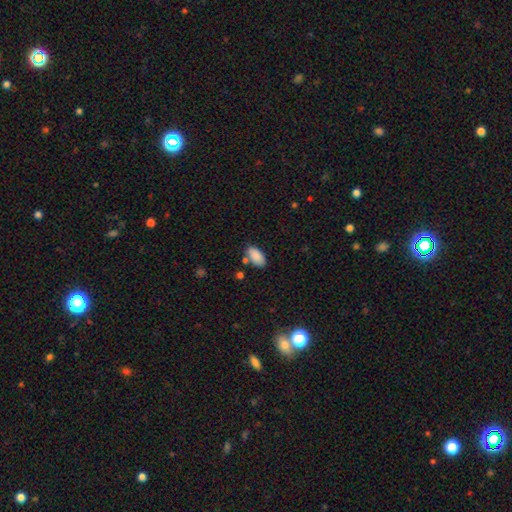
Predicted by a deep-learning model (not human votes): Overall: smooth (88%). How rounded: in between (94%). Merging: none (73%).